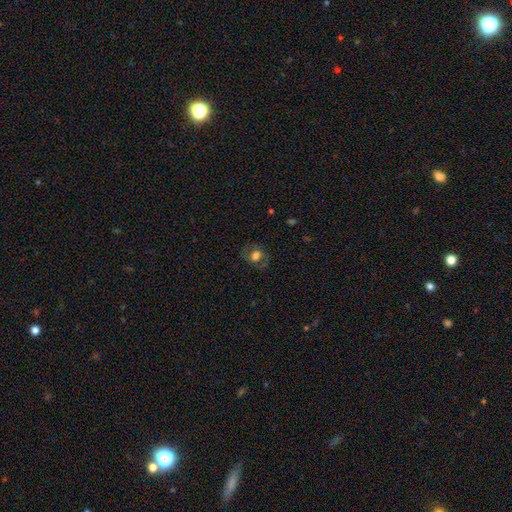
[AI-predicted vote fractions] Smooth or featured? Predicted: smooth (p=0.59). How rounded? Predicted: in between (p=0.50). Merging? Predicted: none (p=0.73).